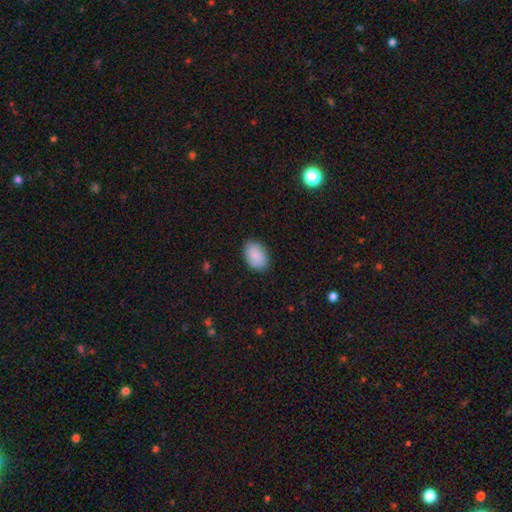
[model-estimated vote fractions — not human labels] Smooth or featured? Predicted: smooth (p=0.88). How rounded? Predicted: in between (p=0.85). Merging? Predicted: none (p=0.84).